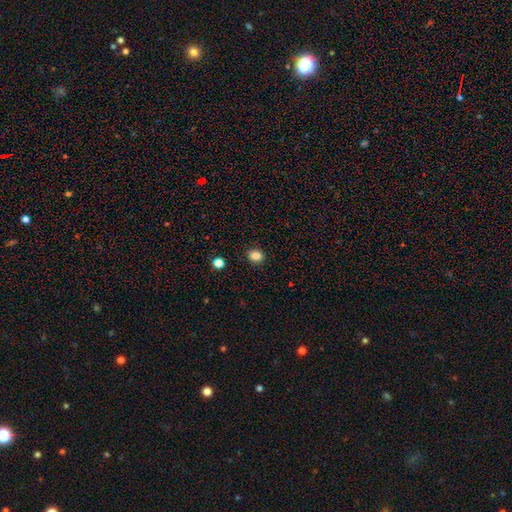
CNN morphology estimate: Smooth or featured: smooth — 85% (star or artifact — 11%)
How rounded: round — 58% (in between — 41%)
Merging: none — 90% (minor disturbance — 7%)